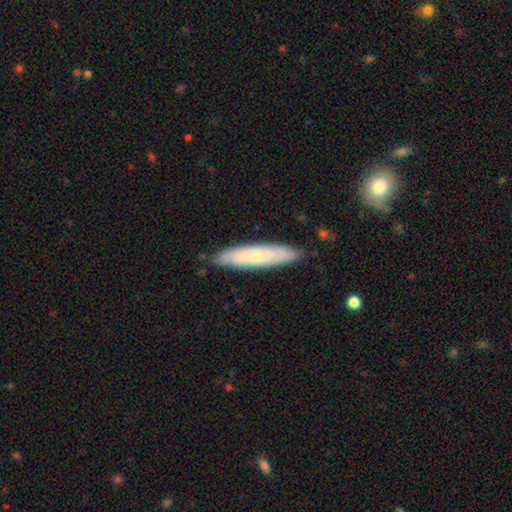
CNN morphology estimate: A smooth galaxy with no disk features (63%) that is cigar-shaped (84%).

Vote fractions:
- Smooth or featured? smooth: 63% / featured or disk: 31% / star or artifact: 6%
- How rounded? cigar-shaped: 84% / in between: 15% / round: 1%
- Merging? none: 86% / minor disturbance: 11% / major disturbance: 2% / merger: 1%